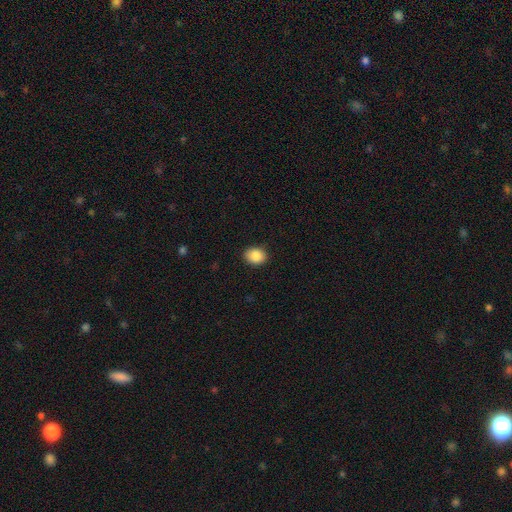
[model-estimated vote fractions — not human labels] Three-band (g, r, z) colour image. It shows a smooth galaxy with no disk features (87%) that is round (50%). Merging: none (90%).